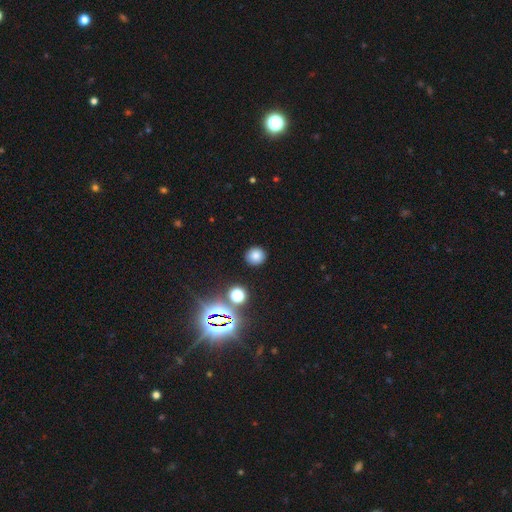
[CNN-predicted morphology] Smooth or featured? smooth (77%)
How rounded? round (89%)
Merging? none (90%)